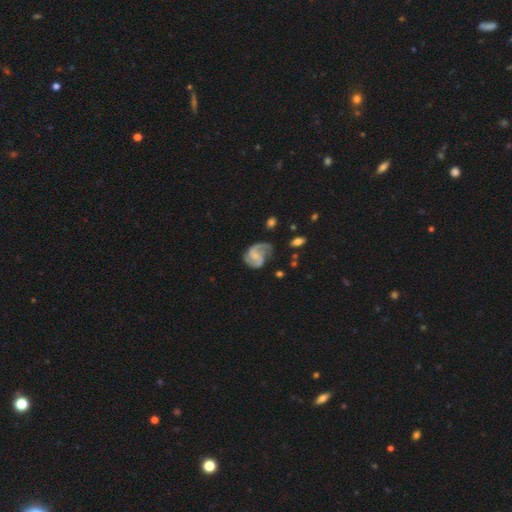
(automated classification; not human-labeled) A featured or disk galaxy (77%) with no bar (59%), 2 (67%) medium (47%) spiral arms (93%) and a small central bulge (50%). Merging: none (48%).